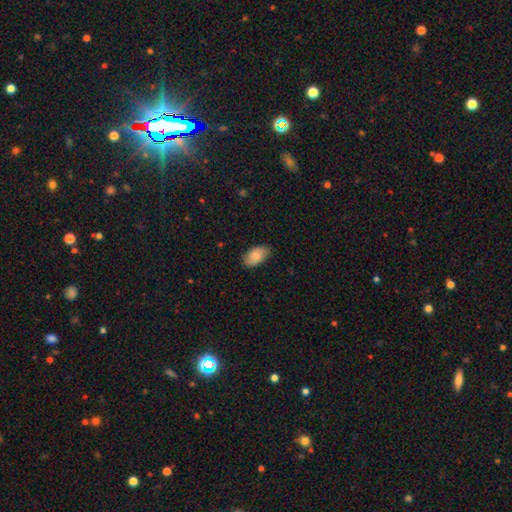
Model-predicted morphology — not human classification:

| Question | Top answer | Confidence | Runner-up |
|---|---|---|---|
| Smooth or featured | smooth | 85% | featured or disk (9%) |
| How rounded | in between | 94% | round (4%) |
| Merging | none | 82% | minor disturbance (14%) |